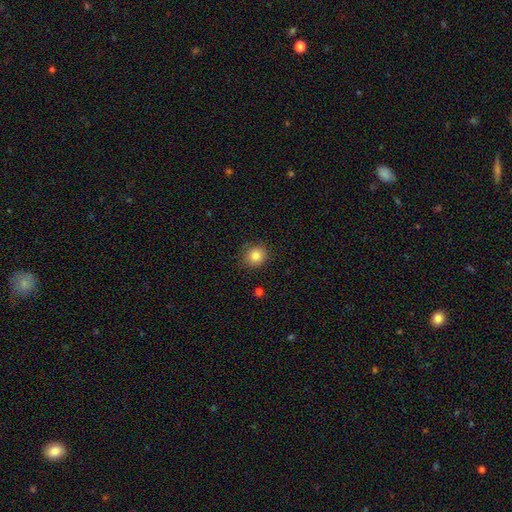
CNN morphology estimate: smooth-or-featured: smooth: 85% | star or artifact: 10% | featured or disk: 5%
  how-rounded: round: 83% | in between: 16% | cigar-shaped: 1%
  merging: none: 86% | minor disturbance: 10% | major disturbance: 3% | merger: 2%